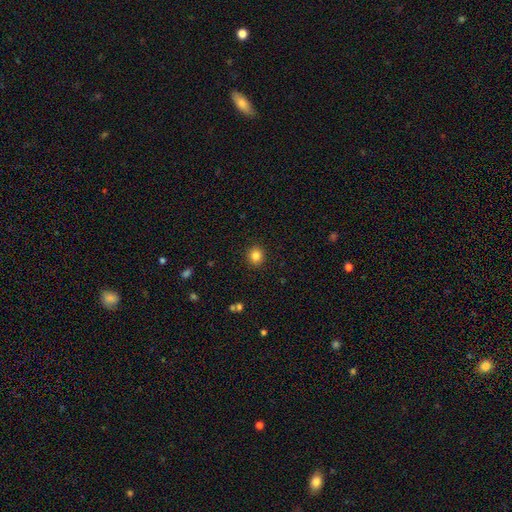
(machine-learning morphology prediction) Q: Smooth or featured?
A: smooth (84%); runner-up: star or artifact (11%)
Q: How rounded?
A: round (83%); runner-up: in between (16%)
Q: Merging?
A: none (91%); runner-up: minor disturbance (6%)